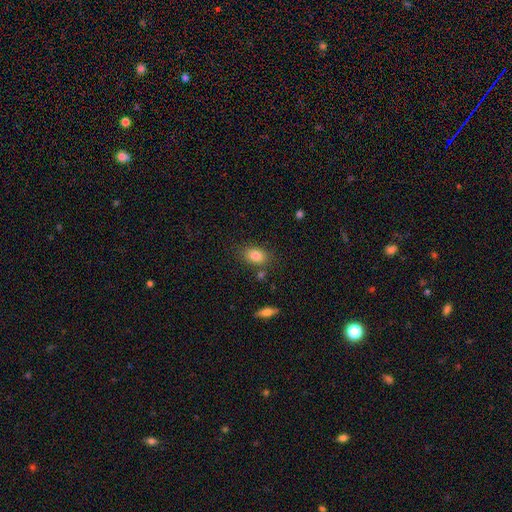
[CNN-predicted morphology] smooth-or-featured: smooth: 83% | star or artifact: 9% | featured or disk: 8%
  how-rounded: in between: 79% | round: 19% | cigar-shaped: 2%
  merging: none: 77% | minor disturbance: 13% | merger: 6% | major disturbance: 4%